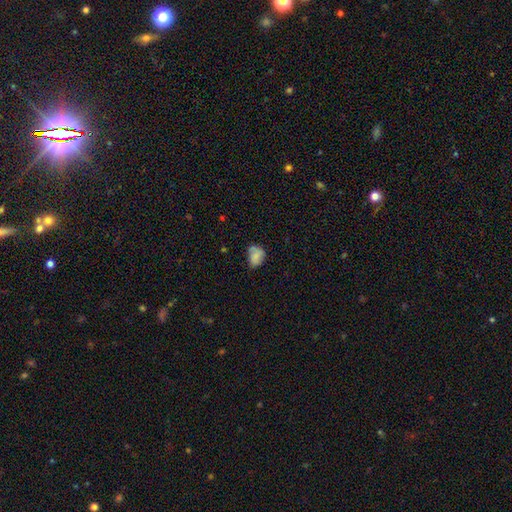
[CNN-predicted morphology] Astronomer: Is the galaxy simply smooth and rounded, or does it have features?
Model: smooth — 73%.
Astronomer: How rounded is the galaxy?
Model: in between — 66%.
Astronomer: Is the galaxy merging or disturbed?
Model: none — 46% (runner-up: minor disturbance, 37%).